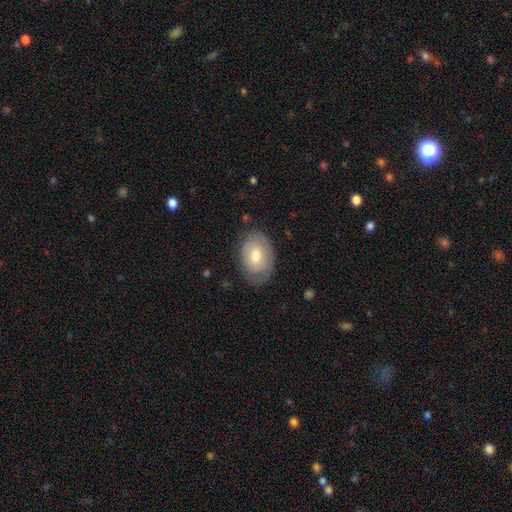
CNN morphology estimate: This appears to be a smooth galaxy with no disk features (59%) that is in between round and cigar-shaped (81%). Merging: none (72%).